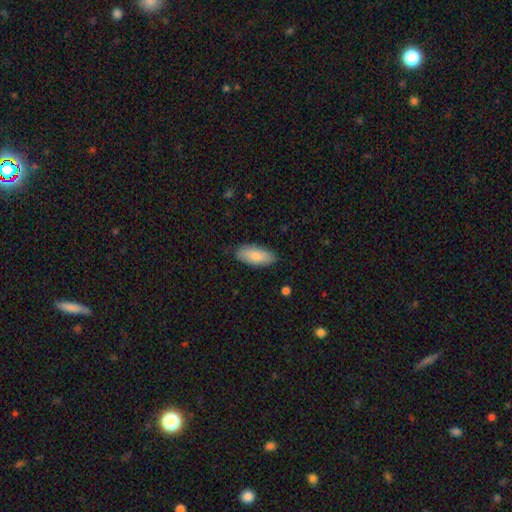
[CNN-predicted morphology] smooth_or_featured: smooth (p=0.83) [alt: featured or disk p=0.11]
how_rounded: in between (p=0.88) [alt: cigar-shaped p=0.11]
merging: none (p=0.83) [alt: minor disturbance p=0.13]